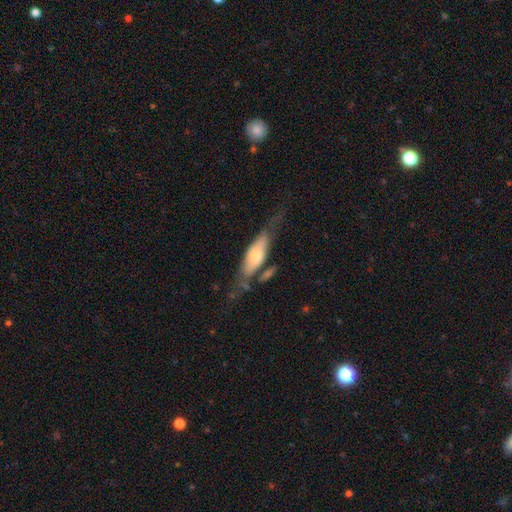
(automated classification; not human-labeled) Morphology: type=smooth (54%); roundness=in between (59%); merging=none (45%).